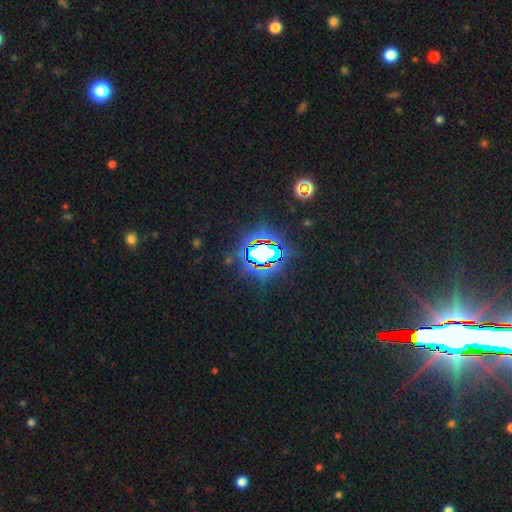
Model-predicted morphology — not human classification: Overall: star or artifact (84%).